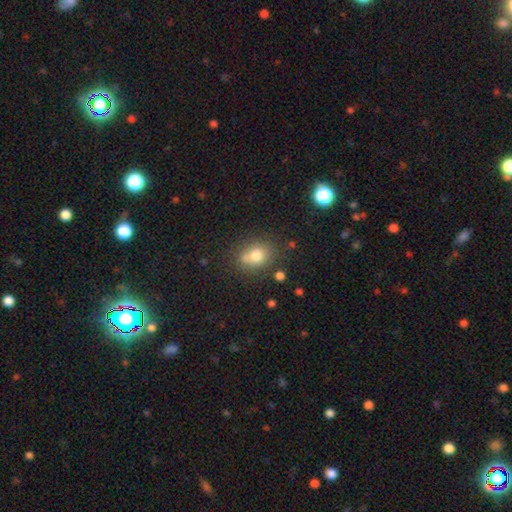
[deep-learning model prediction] A smooth galaxy with no disk features (74%) that is round (54%). Merging: none (59%).